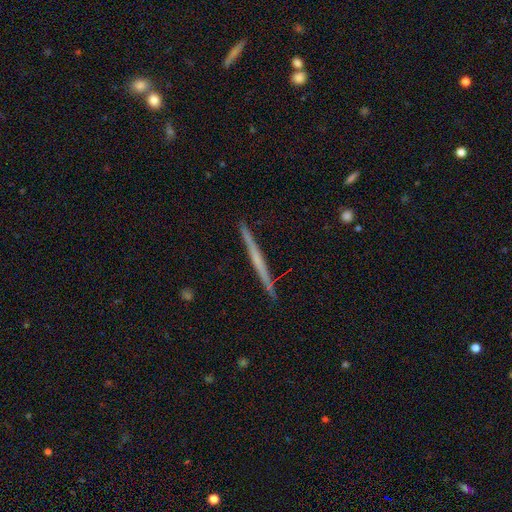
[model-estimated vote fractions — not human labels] The model was most divided on "smooth or featured": featured or disk: 60%, smooth: 33%, star or artifact: 7%. More confident: edge-on disk — yes (98%); merging — none (92%); edge-on bulge — none (76%).